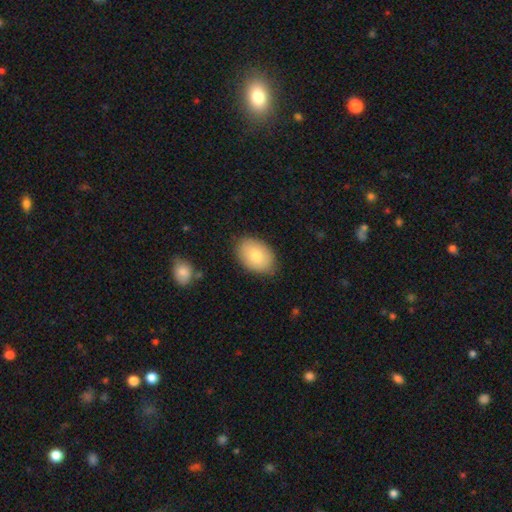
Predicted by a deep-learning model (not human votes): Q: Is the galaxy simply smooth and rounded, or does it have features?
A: smooth — 80%.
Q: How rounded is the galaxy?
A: in between — 86%.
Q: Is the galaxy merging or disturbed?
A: none — 83%.